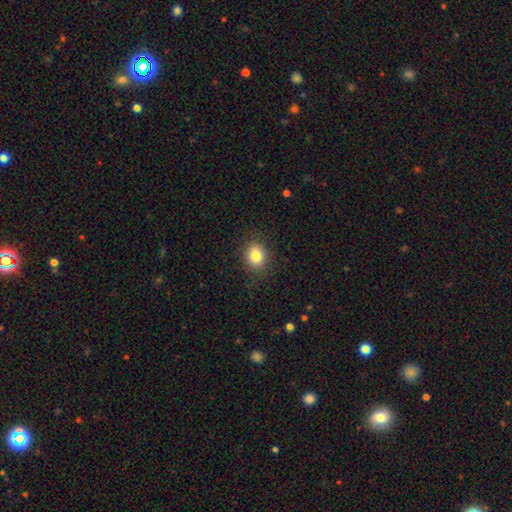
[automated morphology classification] This is clearly a smooth galaxy (83%). How rounded: possibly round (60%). Merging: clearly none (88%).